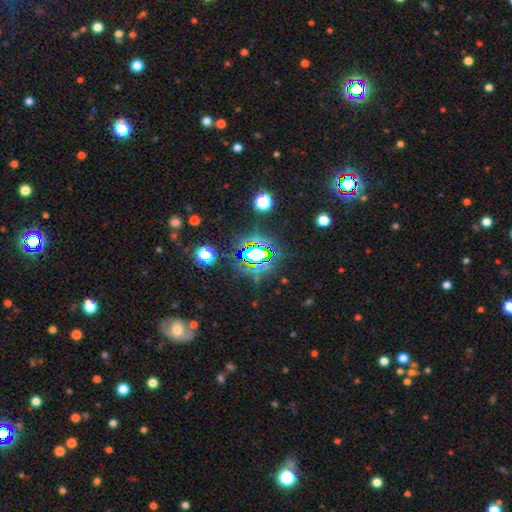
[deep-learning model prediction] Overall: star or artifact (71%).